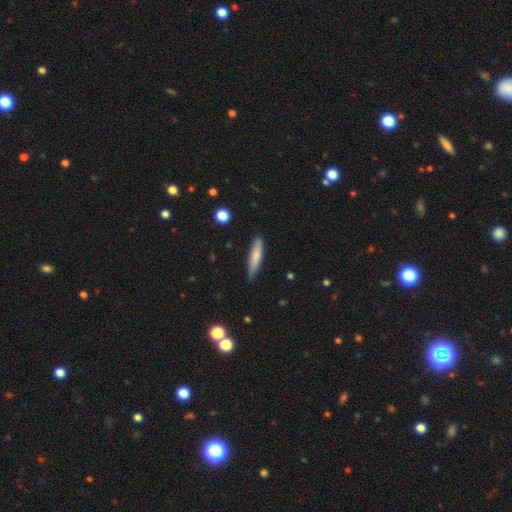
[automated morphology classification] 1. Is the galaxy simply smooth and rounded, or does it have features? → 71% smooth, 23% featured or disk, 6% star or artifact.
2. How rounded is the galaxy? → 85% cigar-shaped, 13% in between, 1% round.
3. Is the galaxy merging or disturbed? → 77% none, 19% minor disturbance, 3% major disturbance, 2% merger.